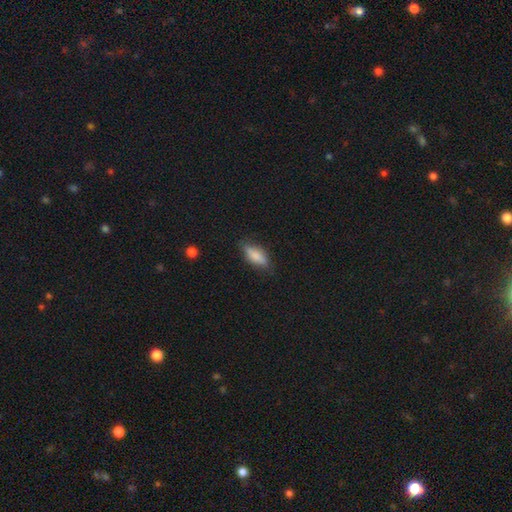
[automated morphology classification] Smooth or featured? Predicted: smooth (p=0.77). How rounded? Predicted: in between (p=0.73). Merging? Predicted: none (p=0.76).